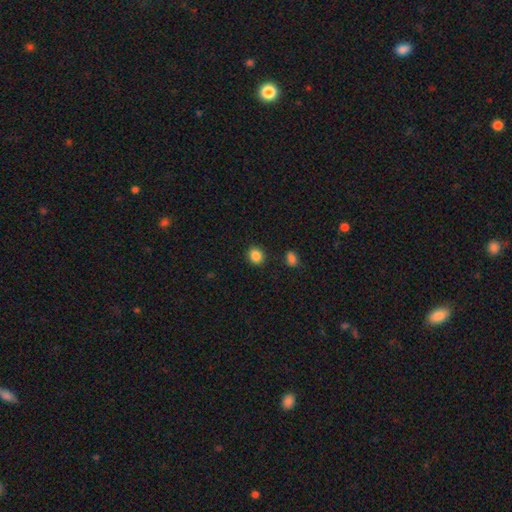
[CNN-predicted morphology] The model was most divided on "how rounded": round: 71%, in between: 28%, cigar-shaped: 1%. More confident: merging — none (88%); smooth or featured — smooth (86%).